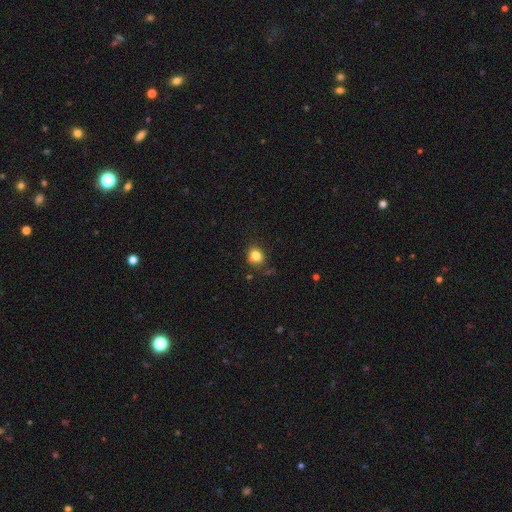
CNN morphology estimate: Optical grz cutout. It shows a smooth galaxy with no disk features (81%) that is round (69%). Merging: none (74%).